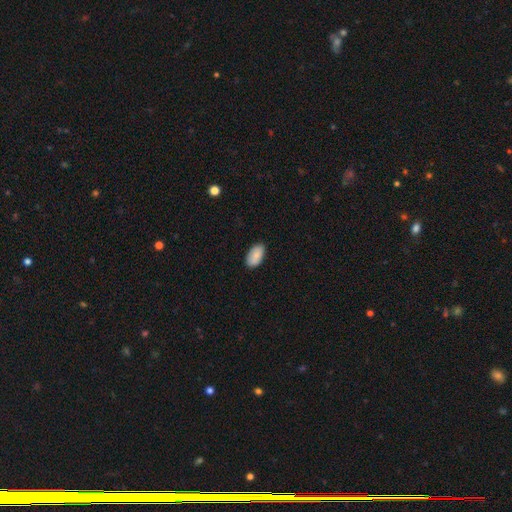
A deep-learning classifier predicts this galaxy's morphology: The model was most divided on "merging": none: 86%, minor disturbance: 11%, major disturbance: 2%, merger: 1%. More confident: how rounded — in between (95%); smooth or featured — smooth (87%).